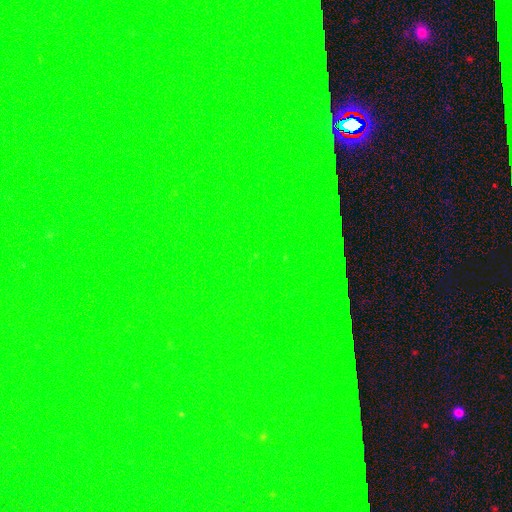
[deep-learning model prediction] This appears to be a star or artifact, not a galaxy (86%).